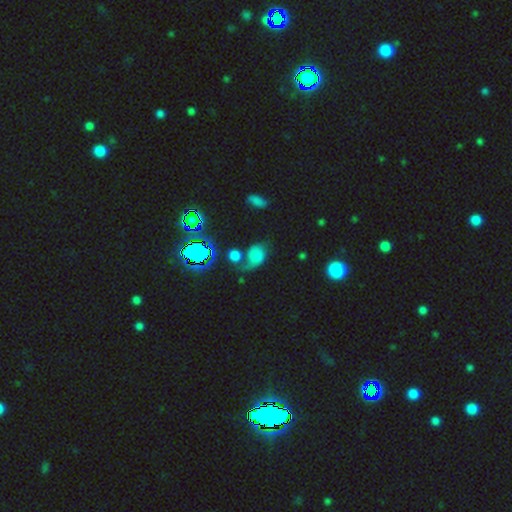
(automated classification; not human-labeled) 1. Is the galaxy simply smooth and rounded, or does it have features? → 50% smooth, 27% star or artifact, 23% featured or disk.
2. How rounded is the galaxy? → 51% in between, 47% round, 2% cigar-shaped.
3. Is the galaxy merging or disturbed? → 37% none, 22% minor disturbance, 22% major disturbance, 19% merger.